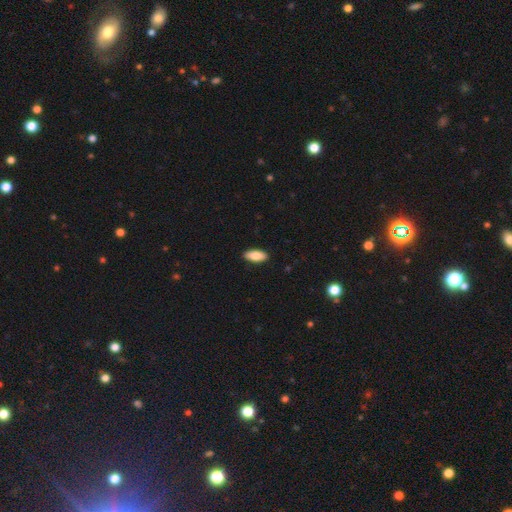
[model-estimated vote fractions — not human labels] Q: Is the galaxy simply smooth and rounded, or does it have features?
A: smooth — 83%.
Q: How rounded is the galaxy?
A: in between — 83%.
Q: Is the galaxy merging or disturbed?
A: none — 90%.